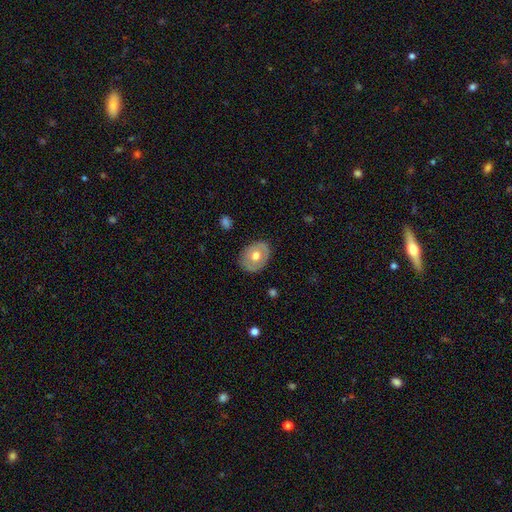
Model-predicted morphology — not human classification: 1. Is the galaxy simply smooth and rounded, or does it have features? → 54% smooth, 41% featured or disk, 6% star or artifact.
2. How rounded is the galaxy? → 58% in between, 41% round, 1% cigar-shaped.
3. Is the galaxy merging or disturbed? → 81% none, 14% minor disturbance, 4% major disturbance, 1% merger.